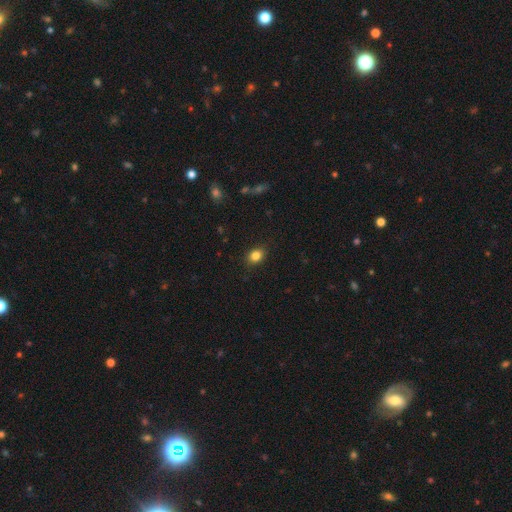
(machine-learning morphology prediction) Smooth or featured?
  - smooth: 84% *
  - star or artifact: 11%
  - featured or disk: 6%
How rounded?
  - in between: 54% *
  - round: 45%
  - cigar-shaped: 1%
Merging?
  - none: 86% *
  - minor disturbance: 10%
  - major disturbance: 3%
  - merger: 1%